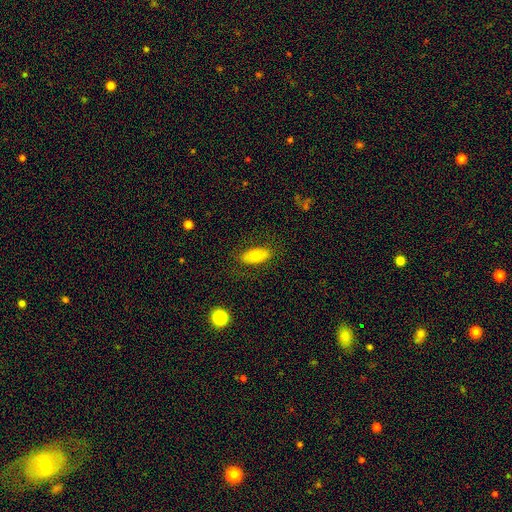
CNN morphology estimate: This is likely a smooth galaxy (72%). How rounded: clearly in between (87%). Merging: clearly none (84%).